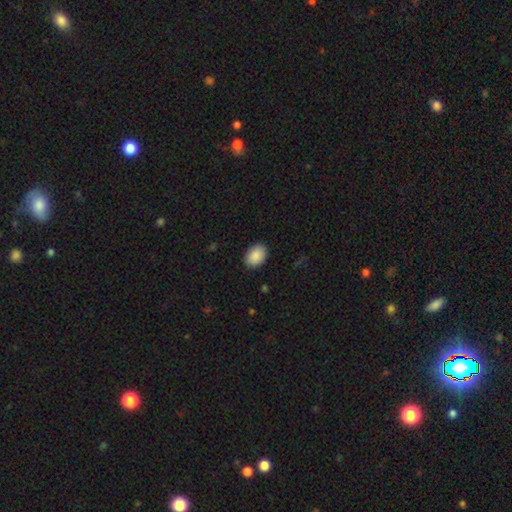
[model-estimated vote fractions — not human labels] This appears to be a smooth galaxy with no disk features (90%) that is in between round and cigar-shaped (79%). Merging: none (88%).